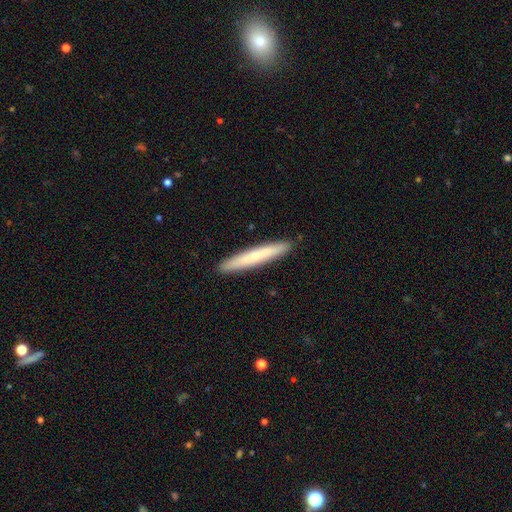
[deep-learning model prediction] smooth 66%, featured or disk 28%, star or artifact 5%. Down the decision tree: how rounded — cigar-shaped (96%); merging — none (92%).